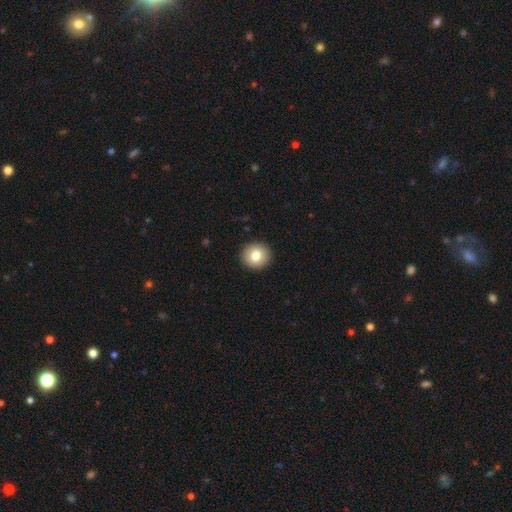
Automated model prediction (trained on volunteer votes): The model was most divided on "smooth or featured": smooth: 80%, featured or disk: 12%, star or artifact: 9%. More confident: merging — none (93%); how rounded — round (88%).